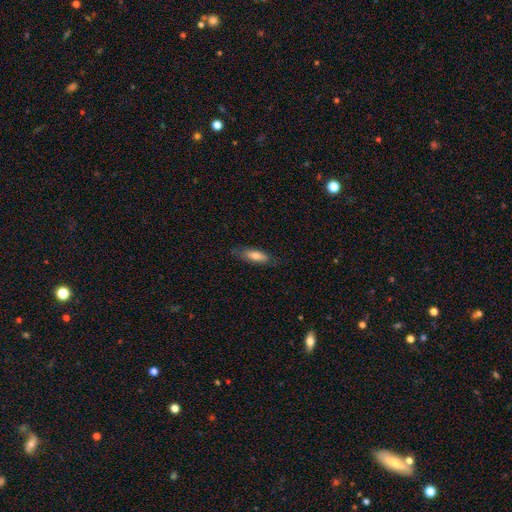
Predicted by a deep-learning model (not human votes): smooth 70%, featured or disk 23%, star or artifact 7%. Down the decision tree: how rounded — in between (50%); merging — none (76%).